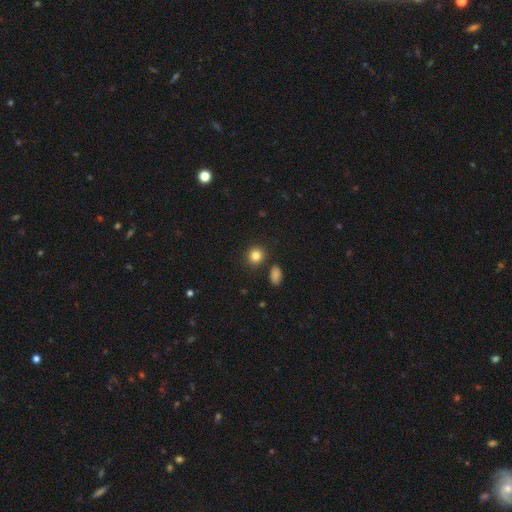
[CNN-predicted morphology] Smooth or featured?
  - smooth: 84% *
  - star or artifact: 11%
  - featured or disk: 5%
How rounded?
  - round: 85% *
  - in between: 14%
  - cigar-shaped: 1%
Merging?
  - none: 84% *
  - minor disturbance: 8%
  - merger: 5%
  - major disturbance: 3%